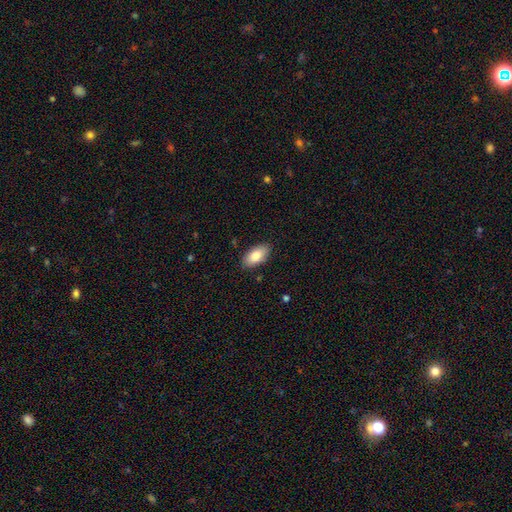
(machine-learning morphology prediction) This appears to be a smooth galaxy with no disk features (84%) that is in between round and cigar-shaped (94%). Merging: none (87%).